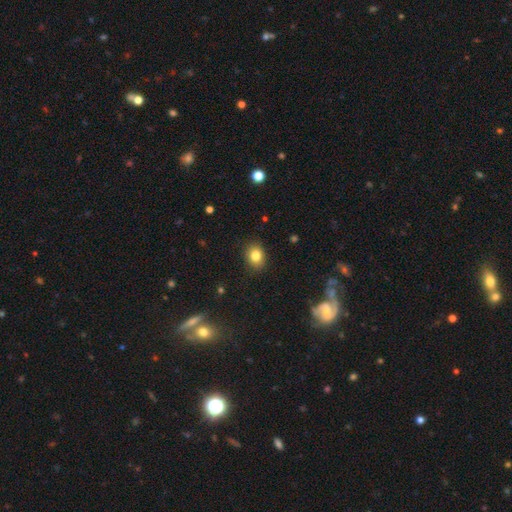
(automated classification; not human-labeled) This is clearly a smooth galaxy (83%). How rounded: possibly round (51%). Merging: clearly none (87%).